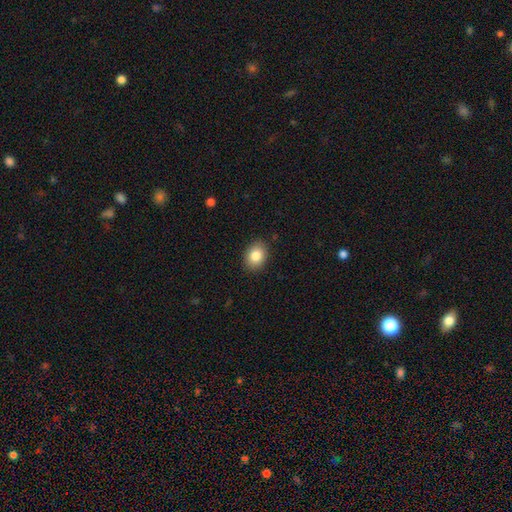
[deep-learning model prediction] Smooth or featured? Predicted: smooth (p=0.84). How rounded? Predicted: in between (p=0.63). Merging? Predicted: none (p=0.89).